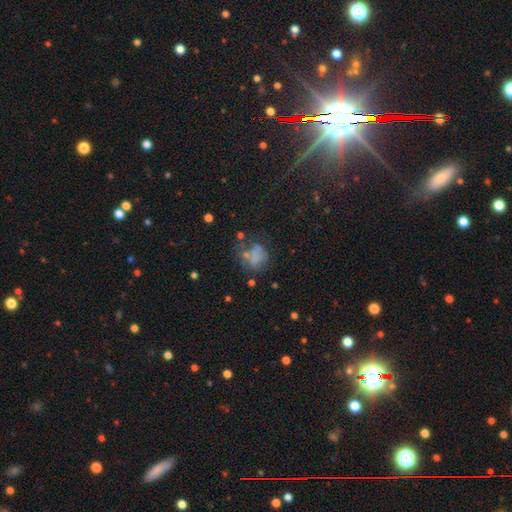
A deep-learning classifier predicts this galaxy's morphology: The model was most divided on "merging": none: 42%, major disturbance: 25%, minor disturbance: 23%, merger: 10%. More confident: how rounded — round (58%); smooth or featured — smooth (54%).